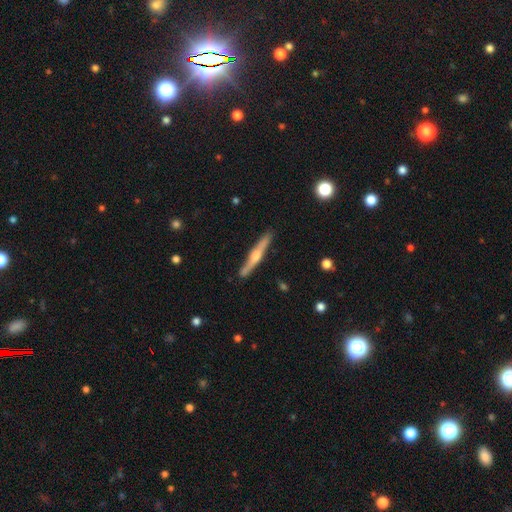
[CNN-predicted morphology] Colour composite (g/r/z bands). It shows a featured or disk galaxy (69%) viewed edge-on (97%) with a rounded central bulge (84%). Merging: none (88%).